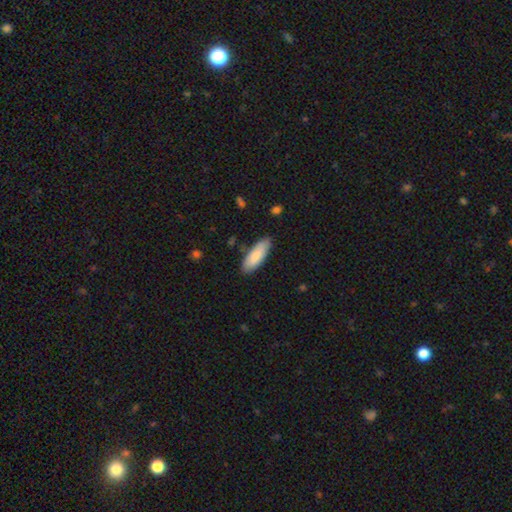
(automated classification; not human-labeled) Morphology: type=smooth (82%); roundness=in between (67%); merging=none (84%).